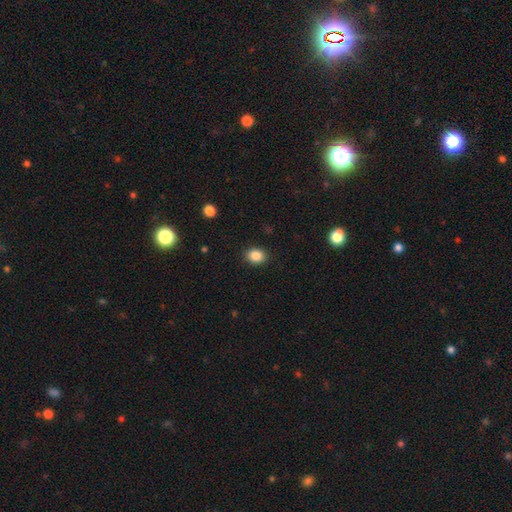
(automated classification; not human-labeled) Smooth or featured? Predicted: smooth (p=0.86). How rounded? Predicted: round (p=0.52). Merging? Predicted: none (p=0.89).